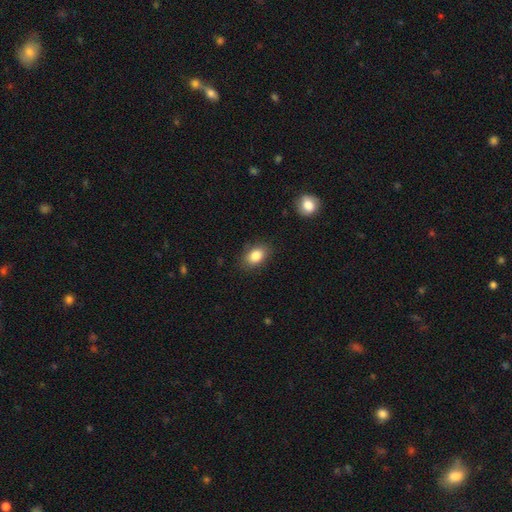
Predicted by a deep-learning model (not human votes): smooth-or-featured: smooth: 85% | star or artifact: 8% | featured or disk: 7%
  how-rounded: in between: 80% | round: 18% | cigar-shaped: 1%
  merging: none: 84% | minor disturbance: 12% | major disturbance: 3% | merger: 1%